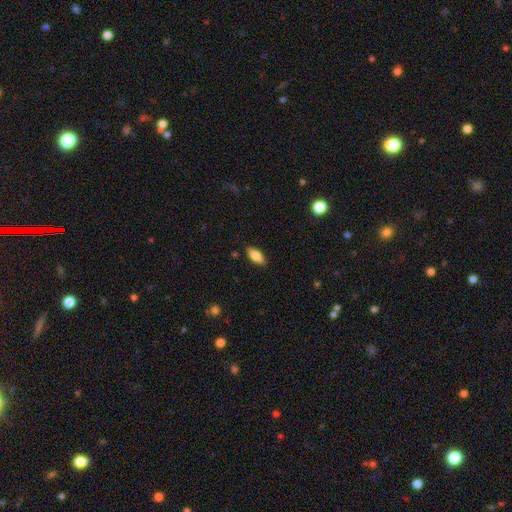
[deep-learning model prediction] Smooth or featured: smooth — 73% (featured or disk — 20%)
How rounded: in between — 79% (cigar-shaped — 19%)
Merging: none — 87% (minor disturbance — 10%)